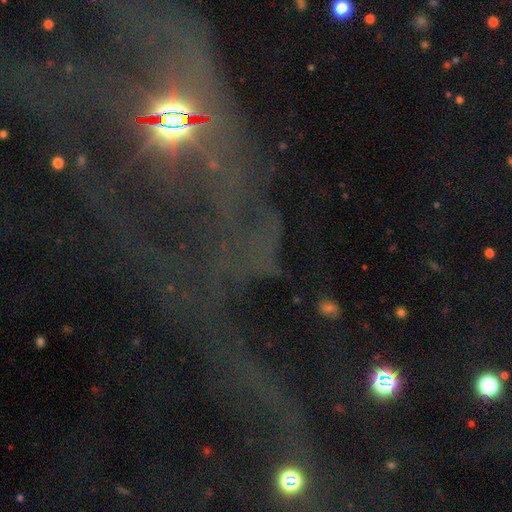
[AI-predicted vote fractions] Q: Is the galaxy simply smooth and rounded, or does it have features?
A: star or artifact — 48%.